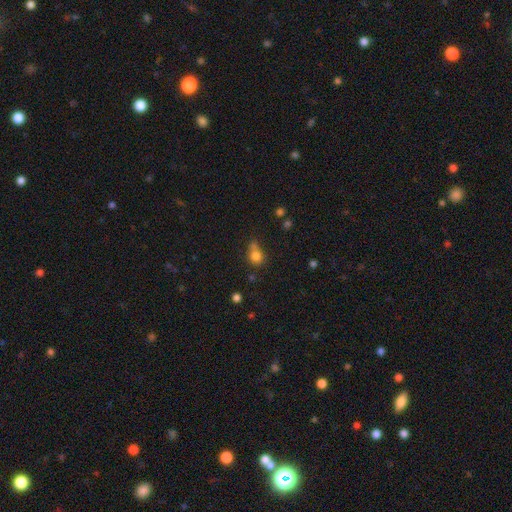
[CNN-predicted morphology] smooth 79%, star or artifact 13%, featured or disk 8%. Down the decision tree: how rounded — round (77%); merging — none (48%).